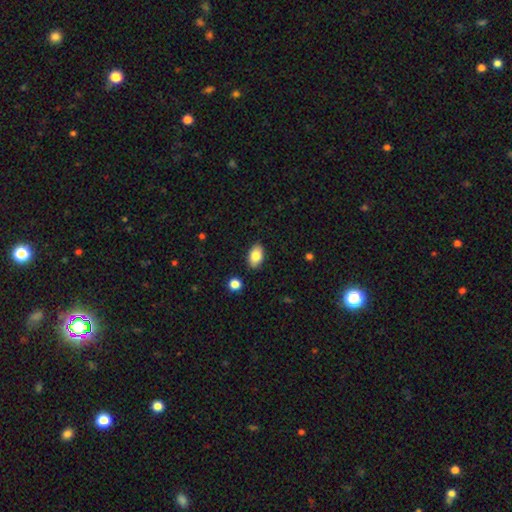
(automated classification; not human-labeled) smooth 83%, featured or disk 9%, star or artifact 7%. Down the decision tree: how rounded — in between (91%); merging — none (87%).